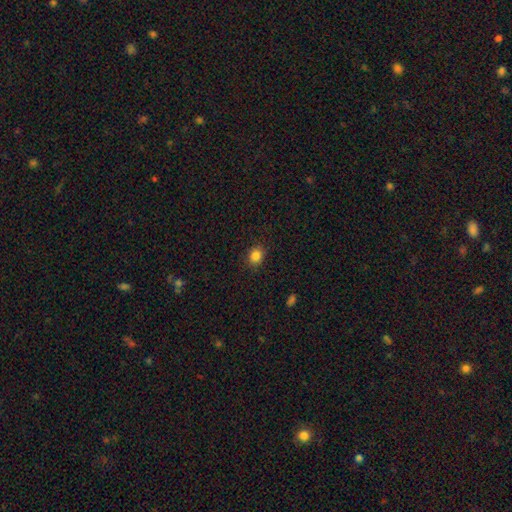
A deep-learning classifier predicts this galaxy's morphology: A smooth galaxy with no disk features (84%) that is round (68%).

Vote fractions:
- Smooth or featured? smooth: 84% / star or artifact: 11% / featured or disk: 4%
- How rounded? round: 68% / in between: 31% / cigar-shaped: 1%
- Merging? none: 88% / minor disturbance: 8% / major disturbance: 3% / merger: 1%